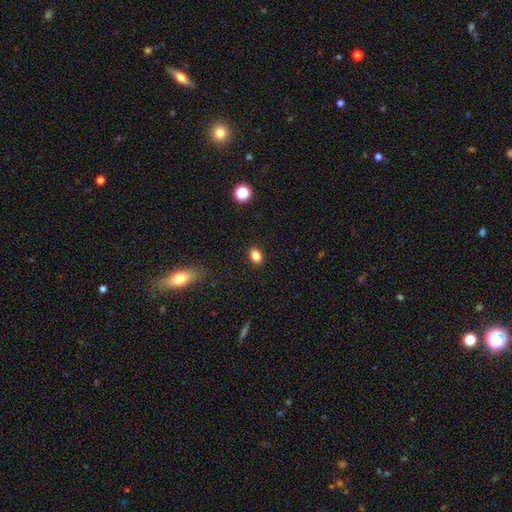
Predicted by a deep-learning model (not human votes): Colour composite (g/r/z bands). It shows a smooth galaxy with no disk features (84%) that is in between round and cigar-shaped (72%). Merging: none (88%).